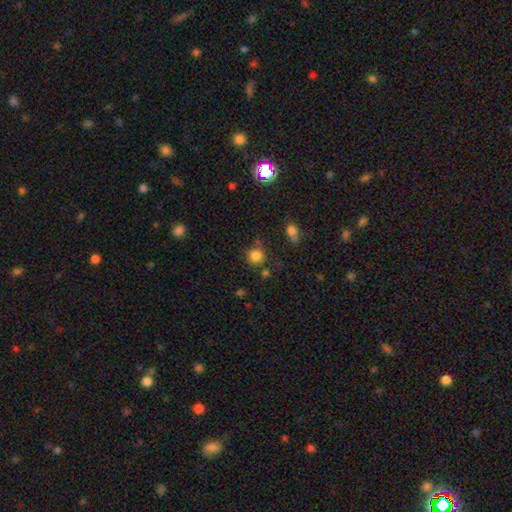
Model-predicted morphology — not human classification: Smooth or featured: smooth — 82% (star or artifact — 13%)
How rounded: round — 92% (in between — 7%)
Merging: none — 78% (minor disturbance — 10%)